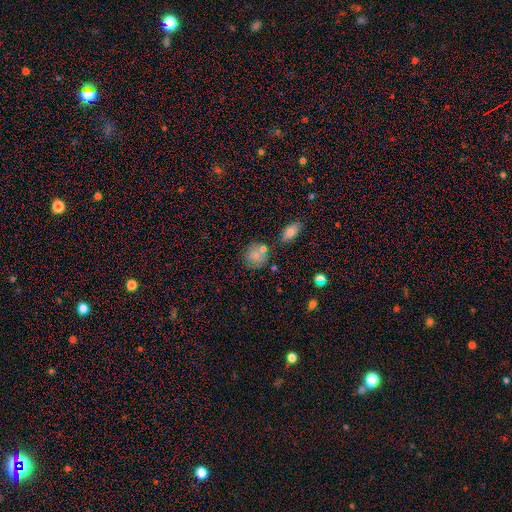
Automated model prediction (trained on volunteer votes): Morphology: type=smooth (76%); roundness=round (80%); merging=none (65%).